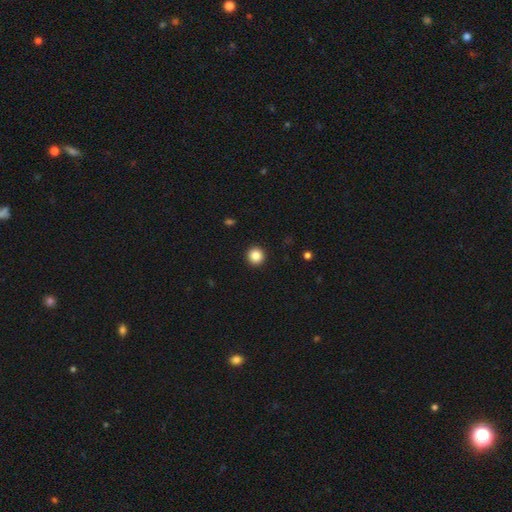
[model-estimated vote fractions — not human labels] The model was most divided on "smooth or featured": smooth: 86%, star or artifact: 10%, featured or disk: 4%. More confident: how rounded — round (93%); merging — none (93%).